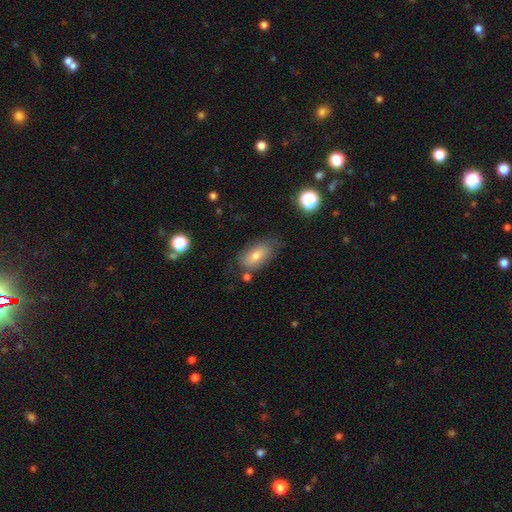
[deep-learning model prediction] Smooth or featured?
  - smooth: 68% *
  - featured or disk: 22%
  - star or artifact: 10%
How rounded?
  - in between: 87% *
  - cigar-shaped: 8%
  - round: 5%
Merging?
  - none: 67% *
  - minor disturbance: 22%
  - major disturbance: 7%
  - merger: 5%